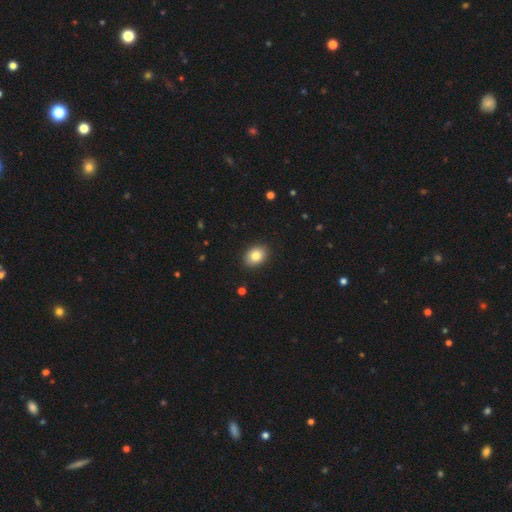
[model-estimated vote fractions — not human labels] A smooth galaxy with no disk features (84%) that is in between round and cigar-shaped (69%). Merging: none (90%).